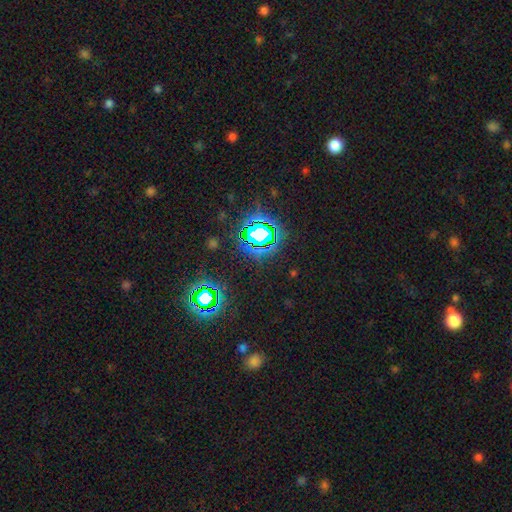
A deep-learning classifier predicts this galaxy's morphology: Smooth or featured: star or artifact — 79% (smooth — 13%)